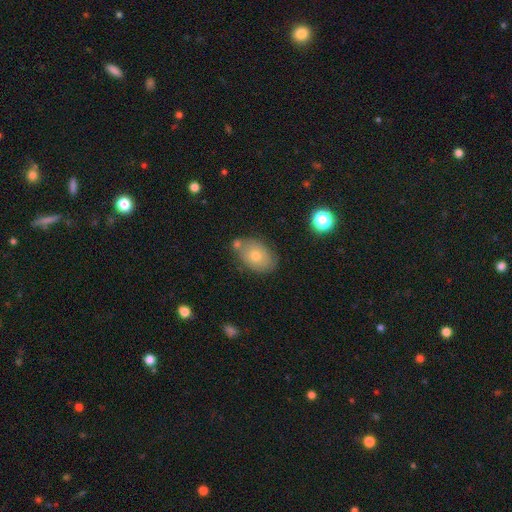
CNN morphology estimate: The model was most divided on "smooth or featured": smooth: 61%, featured or disk: 29%, star or artifact: 10%. More confident: how rounded — in between (79%); merging — none (68%).